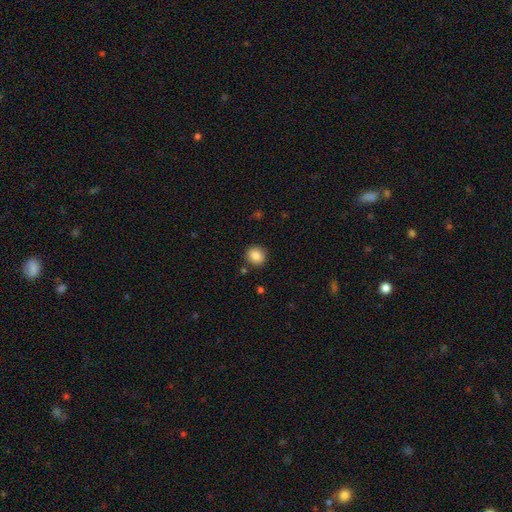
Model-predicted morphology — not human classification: Smooth or featured? Predicted: smooth (p=0.85). How rounded? Predicted: round (p=0.77). Merging? Predicted: none (p=0.87).